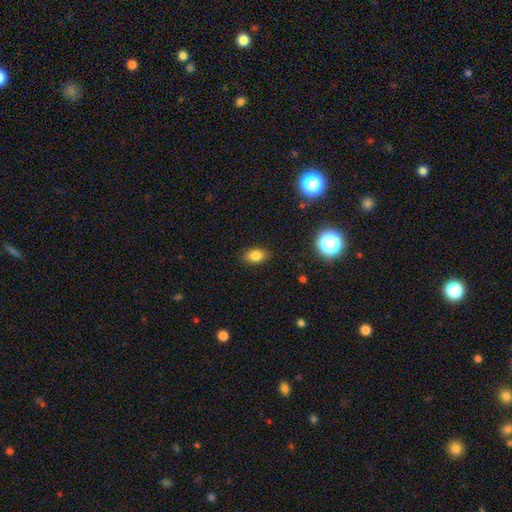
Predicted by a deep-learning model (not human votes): Q: Smooth or featured?
A: smooth (82%); runner-up: star or artifact (12%)
Q: How rounded?
A: in between (84%); runner-up: round (13%)
Q: Merging?
A: none (86%); runner-up: minor disturbance (10%)